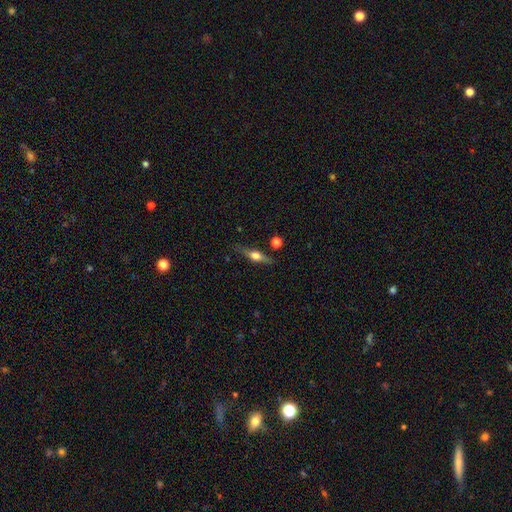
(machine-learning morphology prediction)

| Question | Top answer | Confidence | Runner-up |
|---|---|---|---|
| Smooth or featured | featured or disk | 65% | smooth (28%) |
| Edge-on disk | yes | 96% | no (4%) |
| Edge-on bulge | rounded | 94% | boxy (4%) |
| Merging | none | 83% | minor disturbance (11%) |